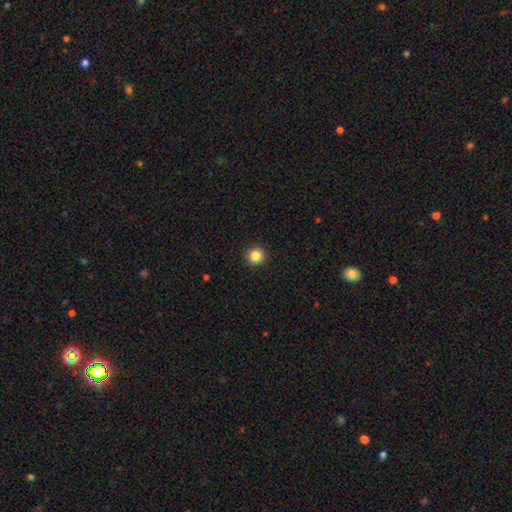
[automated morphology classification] Overall: smooth (85%). How rounded: round (93%). Merging: none (93%).